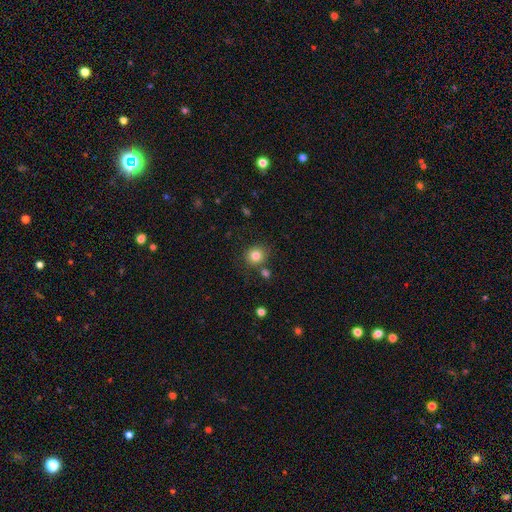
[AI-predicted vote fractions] smooth 82%, star or artifact 11%, featured or disk 7%. Down the decision tree: how rounded — round (84%); merging — none (77%).